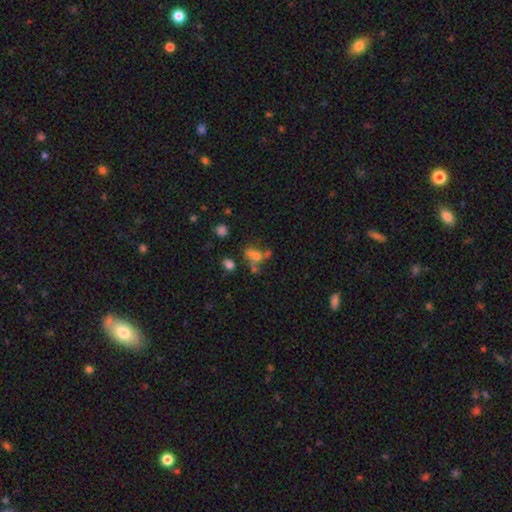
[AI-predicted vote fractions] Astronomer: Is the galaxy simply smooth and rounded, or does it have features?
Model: smooth — 53%.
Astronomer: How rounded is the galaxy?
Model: in between — 49% (runner-up: round, 47%).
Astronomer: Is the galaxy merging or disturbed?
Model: merger — 42% (runner-up: none, 32%).